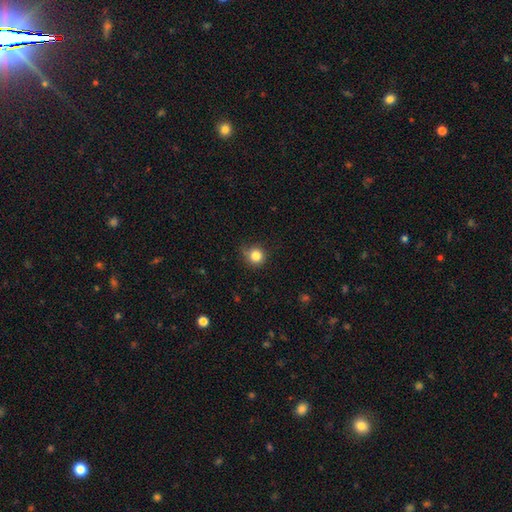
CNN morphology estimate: smooth_or_featured: smooth (p=0.83) [alt: star or artifact p=0.12]
how_rounded: round (p=0.92) [alt: in between p=0.07]
merging: none (p=0.73) [alt: minor disturbance p=0.21]